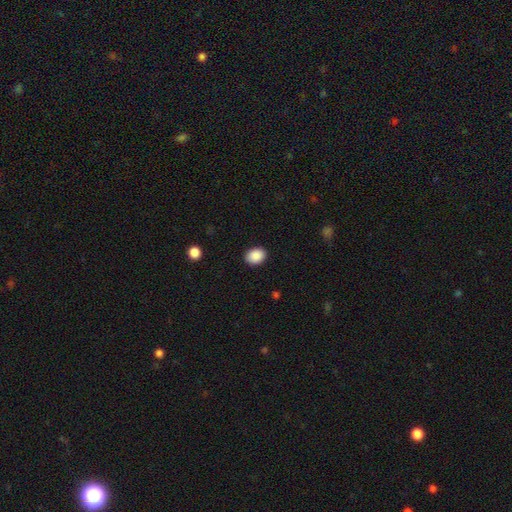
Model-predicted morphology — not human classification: type=smooth (90%); roundness=in between (64%); merging=none (90%).